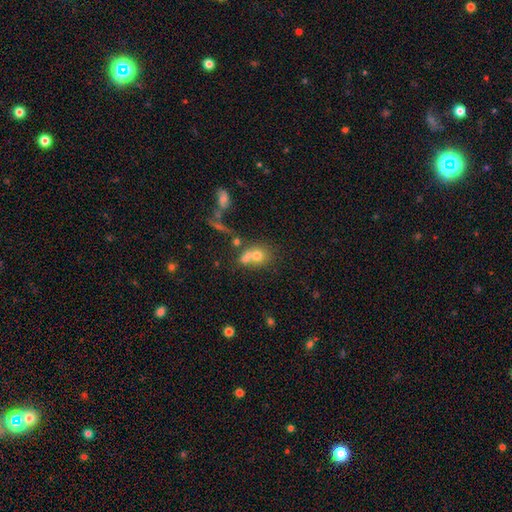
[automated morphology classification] Smooth or featured? Predicted: smooth (p=0.63). How rounded? Predicted: round (p=0.68). Merging? Predicted: merger (p=0.53).